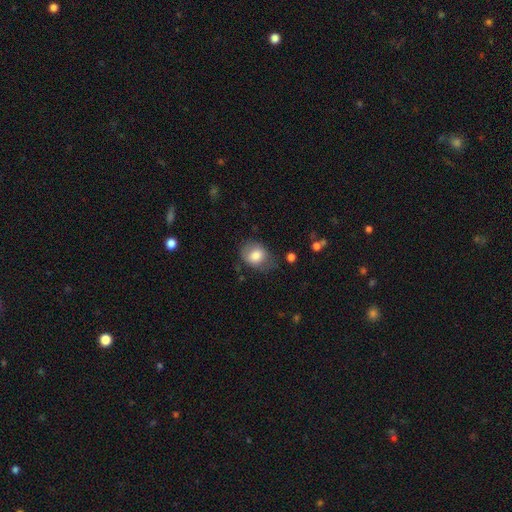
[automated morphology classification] A smooth galaxy with no disk features (77%) that is in between round and cigar-shaped (58%). Merging: none (60%).